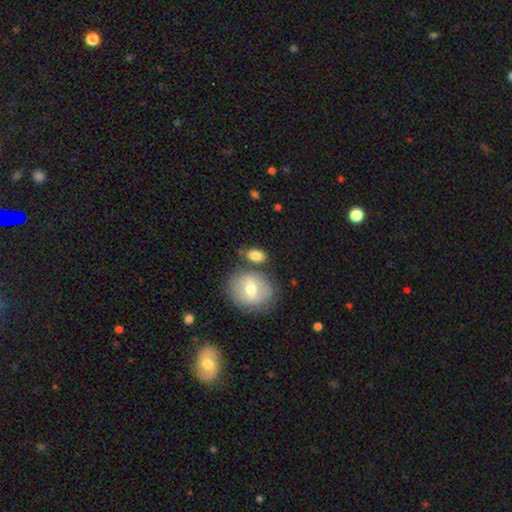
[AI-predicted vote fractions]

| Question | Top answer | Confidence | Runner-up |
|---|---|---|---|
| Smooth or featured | smooth | 76% | featured or disk (17%) |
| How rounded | in between | 79% | round (17%) |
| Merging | none | 65% | minor disturbance (16%) |